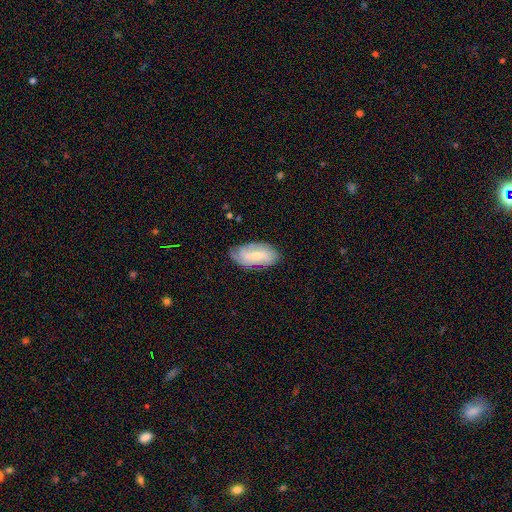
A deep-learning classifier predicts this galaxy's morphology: This appears to be a featured or disk galaxy (61%) with a weak bar (41%, tied with no), spiral arms (86%) and a small central bulge (61%). Merging: none (74%).